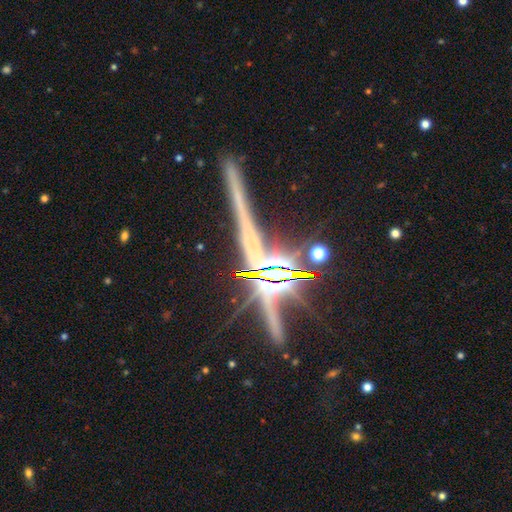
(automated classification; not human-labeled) Smooth or featured? star or artifact (48%)